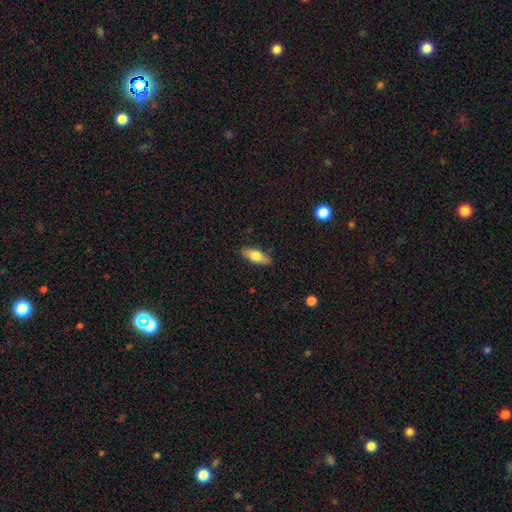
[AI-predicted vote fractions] smooth_or_featured: smooth (p=0.71) [alt: featured or disk p=0.23]
how_rounded: in between (p=0.71) [alt: cigar-shaped p=0.26]
merging: none (p=0.88) [alt: minor disturbance p=0.09]